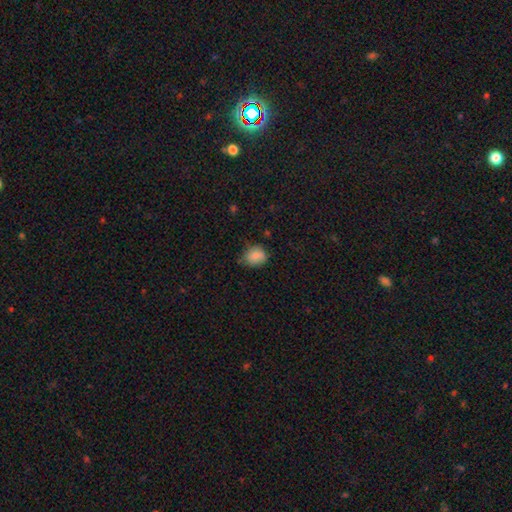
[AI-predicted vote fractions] This appears to be a smooth galaxy with no disk features (85%) that is round (60%). Merging: none (64%).